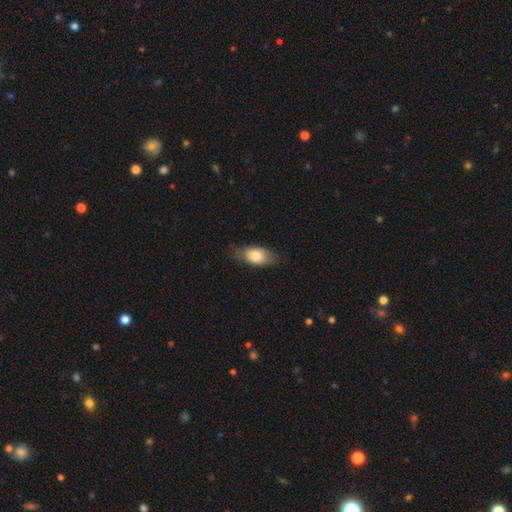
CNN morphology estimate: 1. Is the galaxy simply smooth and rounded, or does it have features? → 77% smooth, 17% featured or disk, 7% star or artifact.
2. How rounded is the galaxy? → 86% in between, 8% round, 6% cigar-shaped.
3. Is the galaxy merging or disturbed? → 76% none, 19% minor disturbance, 5% major disturbance, 1% merger.